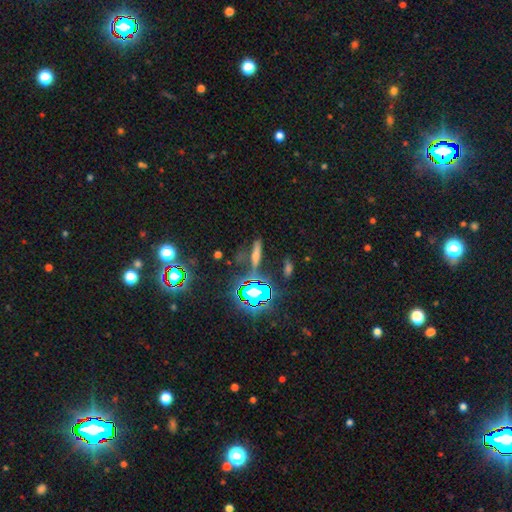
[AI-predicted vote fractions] smooth 49%, star or artifact 30%, featured or disk 21%. Down the decision tree: merging — none (71%).